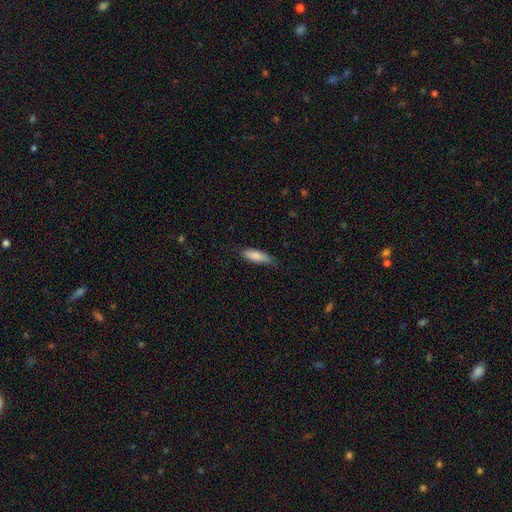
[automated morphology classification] This appears to be a smooth galaxy with no disk features (85%) that is in between round and cigar-shaped (50%). Merging: none (74%).